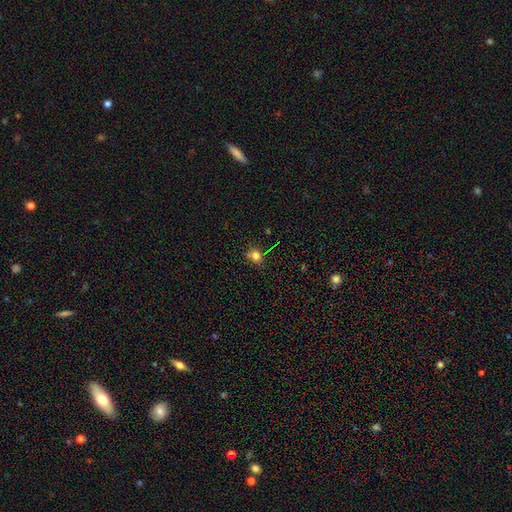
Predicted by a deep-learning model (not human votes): Smooth or featured: smooth — 74% (star or artifact — 20%)
How rounded: round — 64% (in between — 35%)
Merging: none — 77% (minor disturbance — 16%)